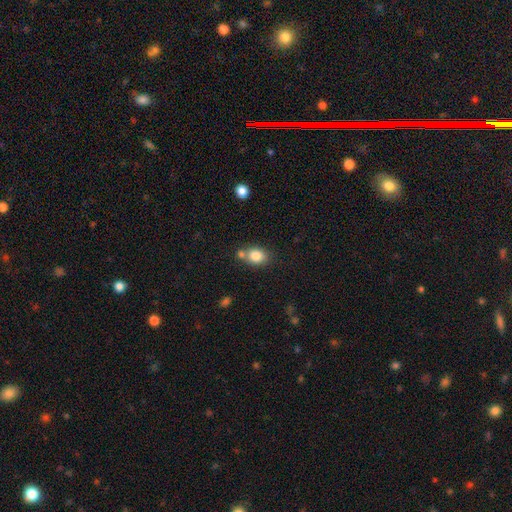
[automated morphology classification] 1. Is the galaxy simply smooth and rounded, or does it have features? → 82% smooth, 9% star or artifact, 8% featured or disk.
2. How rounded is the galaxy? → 56% in between, 43% round, 1% cigar-shaped.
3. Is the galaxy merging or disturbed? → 58% none, 26% merger, 12% minor disturbance, 4% major disturbance.